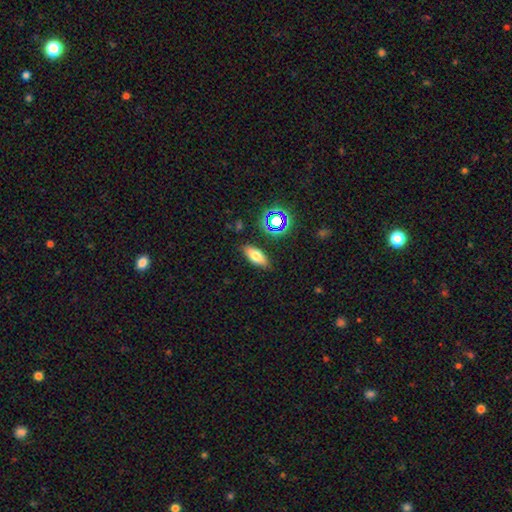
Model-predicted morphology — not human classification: Smooth or featured? smooth (69%)
How rounded? in between (75%)
Merging? none (85%)